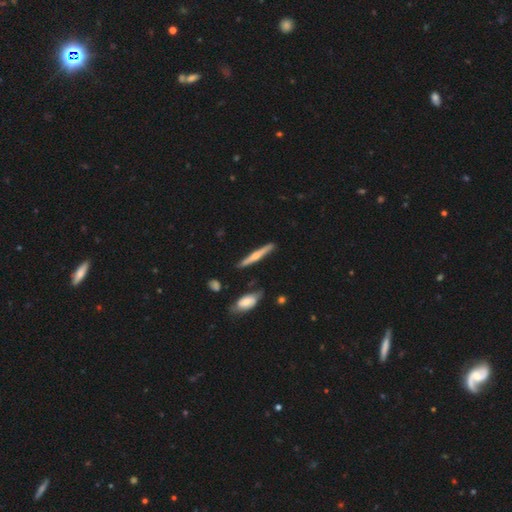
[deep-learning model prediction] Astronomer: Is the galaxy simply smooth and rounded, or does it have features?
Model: featured or disk — 55% (runner-up: smooth, 39%).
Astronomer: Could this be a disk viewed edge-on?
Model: yes — 96%.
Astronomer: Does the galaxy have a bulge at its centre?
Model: rounded — 74%.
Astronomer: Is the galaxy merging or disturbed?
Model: none — 85%.